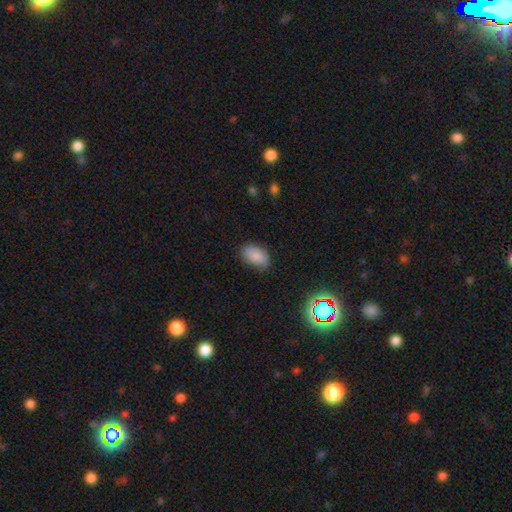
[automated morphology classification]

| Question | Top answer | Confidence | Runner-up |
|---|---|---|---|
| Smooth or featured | smooth | 86% | star or artifact (9%) |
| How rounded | in between | 90% | round (8%) |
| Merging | none | 77% | minor disturbance (18%) |